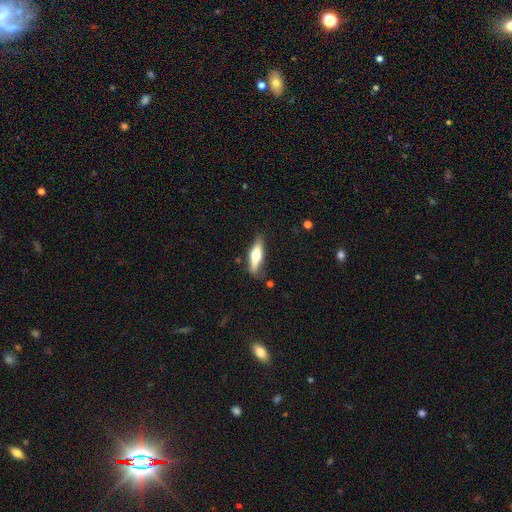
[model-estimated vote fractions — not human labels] This appears to be a smooth galaxy with no disk features (49%). Merging: none (77%).